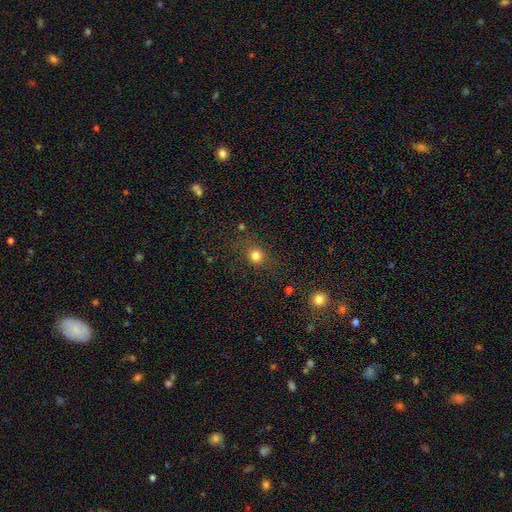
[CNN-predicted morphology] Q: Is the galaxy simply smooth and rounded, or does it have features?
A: smooth — 79%.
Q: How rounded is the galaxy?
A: round — 85%.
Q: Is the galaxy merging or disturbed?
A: none — 80%.